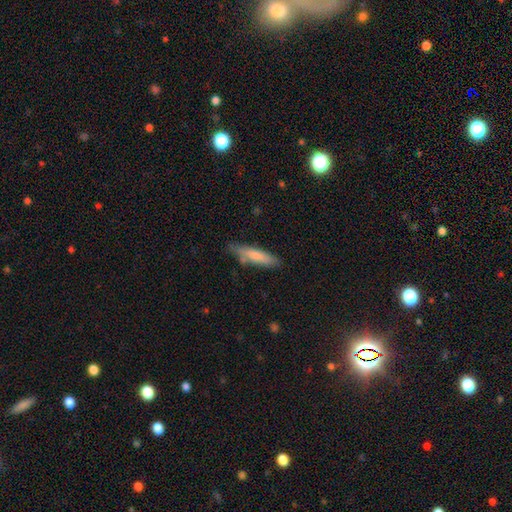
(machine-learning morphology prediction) This is likely a smooth galaxy (75%). How rounded: likely cigar-shaped (79%). Merging: likely none (72%).